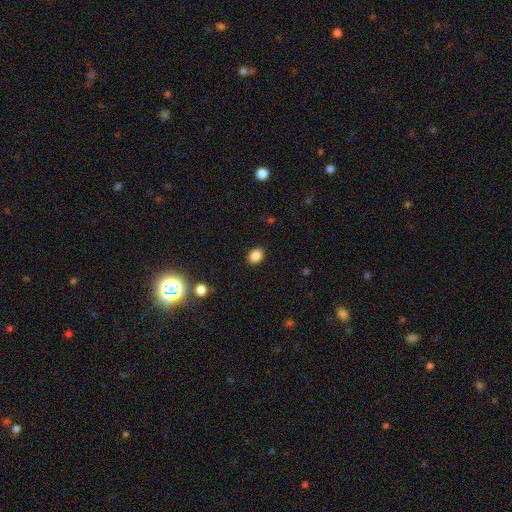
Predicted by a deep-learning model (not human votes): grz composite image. It shows a smooth galaxy with no disk features (86%) that is in between round and cigar-shaped (75%). Merging: none (89%).